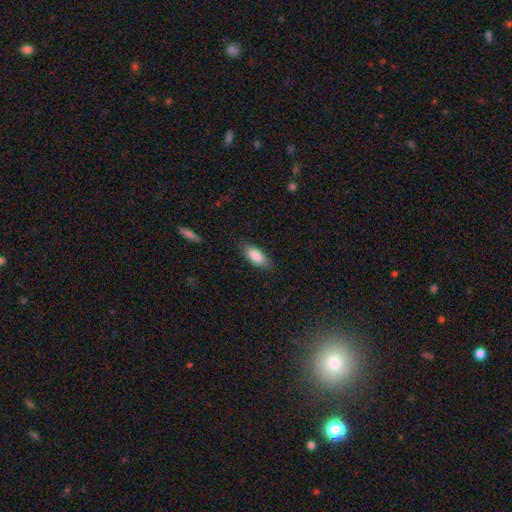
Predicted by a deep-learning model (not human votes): smooth-or-featured: smooth: 86% | featured or disk: 8% | star or artifact: 6%
  how-rounded: in between: 79% | cigar-shaped: 19% | round: 2%
  merging: none: 81% | minor disturbance: 15% | major disturbance: 3% | merger: 1%